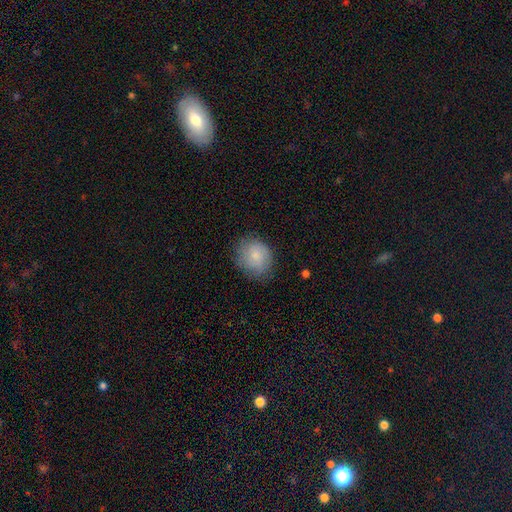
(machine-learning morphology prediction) Smooth or featured? smooth (75%)
How rounded? round (73%)
Merging? none (72%)